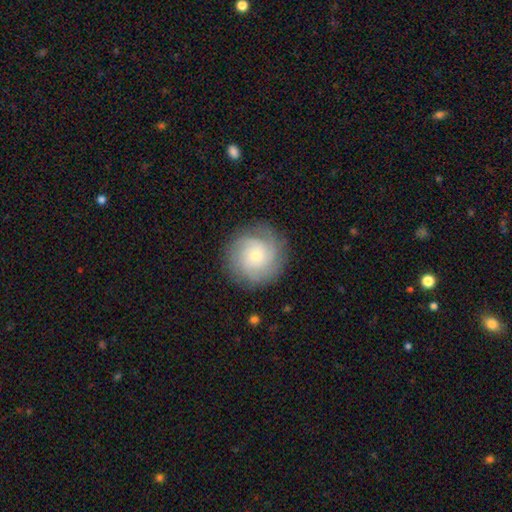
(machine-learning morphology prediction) Q: Smooth or featured?
A: featured or disk (64%); runner-up: smooth (28%)
Q: Edge-on disk?
A: no (98%); runner-up: yes (2%)
Q: Bar?
A: no (79%); runner-up: weak (18%)
Q: Spiral arms?
A: yes (93%); runner-up: no (7%)
Q: Spiral winding?
A: tight (64%); runner-up: medium (28%)
Q: Spiral arm count?
A: can't tell (30%); runner-up: 3 (27%)
Q: Bulge size?
A: small (59%); runner-up: moderate (36%)
Q: Merging?
A: none (83%); runner-up: minor disturbance (11%)